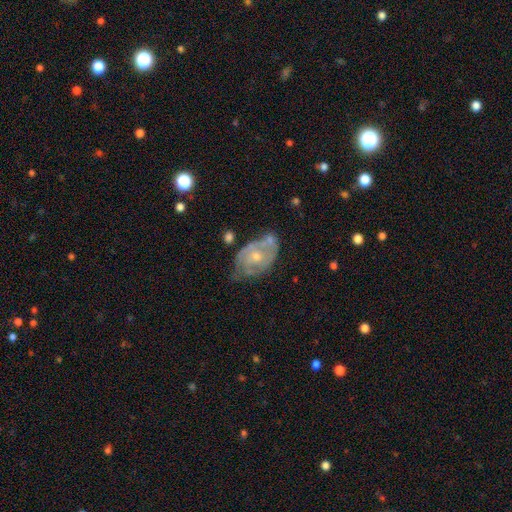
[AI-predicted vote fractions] Q: Smooth or featured?
A: featured or disk (69%); runner-up: smooth (24%)
Q: Edge-on disk?
A: no (96%); runner-up: yes (4%)
Q: Bar?
A: no (78%); runner-up: weak (18%)
Q: Spiral arms?
A: yes (68%); runner-up: no (32%)
Q: Bulge size?
A: small (53%); runner-up: moderate (43%)
Q: Merging?
A: none (40%); runner-up: minor disturbance (32%)